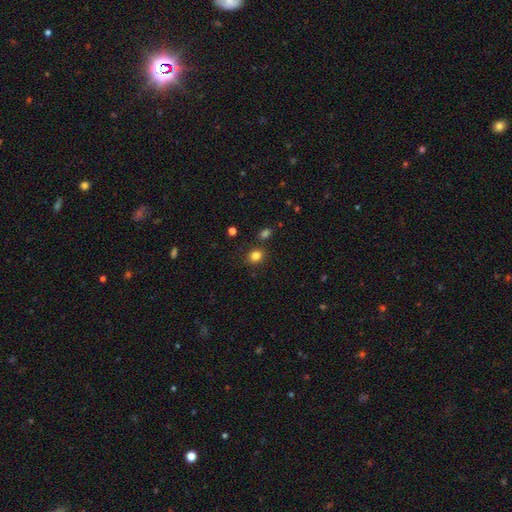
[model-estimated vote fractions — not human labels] Q: Smooth or featured?
A: smooth (83%); runner-up: star or artifact (13%)
Q: How rounded?
A: round (71%); runner-up: in between (28%)
Q: Merging?
A: none (82%); runner-up: minor disturbance (9%)